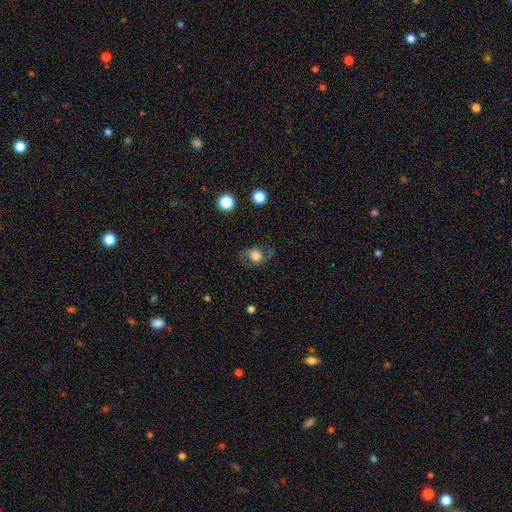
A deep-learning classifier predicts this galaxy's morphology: Smooth or featured? smooth (47%)
Merging? none (67%)